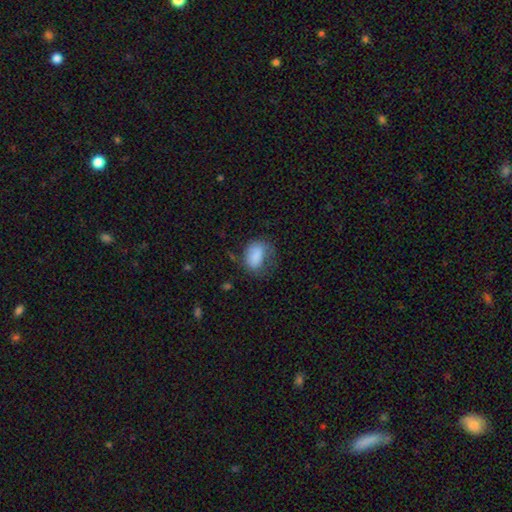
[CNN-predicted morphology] smooth-or-featured: smooth: 79% | featured or disk: 13% | star or artifact: 8%
  how-rounded: in between: 81% | round: 17% | cigar-shaped: 2%
  merging: none: 41% | minor disturbance: 30% | major disturbance: 26% | merger: 3%